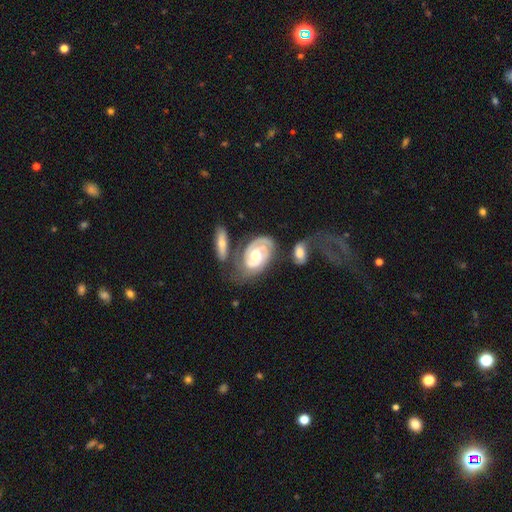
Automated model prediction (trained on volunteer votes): smooth-or-featured: featured or disk: 86% | smooth: 9% | star or artifact: 4%
  disk-edge-on: no: 96% | yes: 4%
    bar: no: 60% | weak: 29% | strong: 10%
    has-spiral-arms: yes: 96% | no: 4%
      spiral-winding: tight: 68% | medium: 26% | loose: 6%
      spiral-arm-count: 2: 70% | can't tell: 11% | 3: 8% | 1: 7% | 4: 2% | more than 4: 2%
    bulge-size: moderate: 67% | large: 20% | small: 10% | dominant: 2% | none: 1%
  merging: none: 48% | minor disturbance: 20% | merger: 17% | major disturbance: 14%